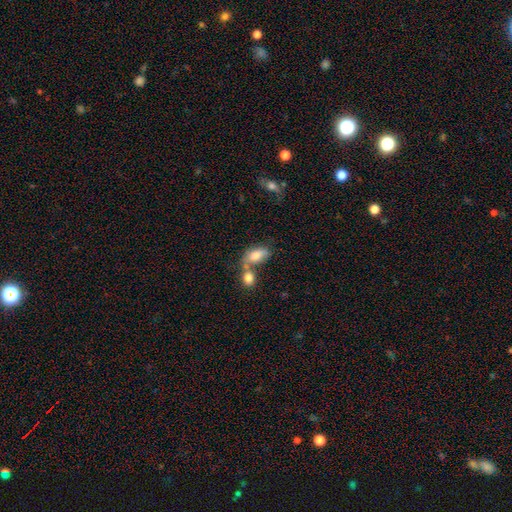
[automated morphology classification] Overall: smooth (78%). How rounded: in between (87%). Merging: merger (53%; none 27%).